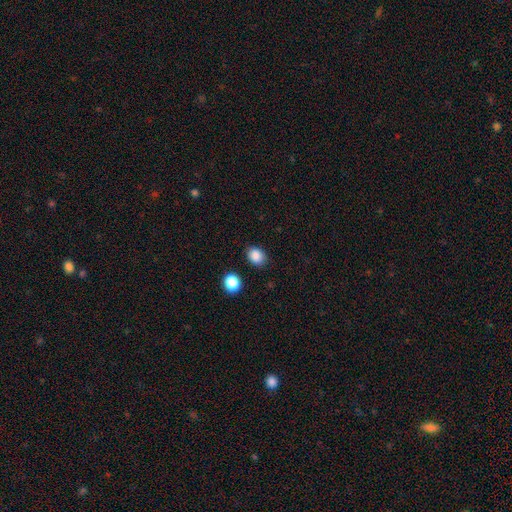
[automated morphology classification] This is clearly a smooth galaxy (87%). How rounded: possibly in between (53%). Merging: clearly none (86%).